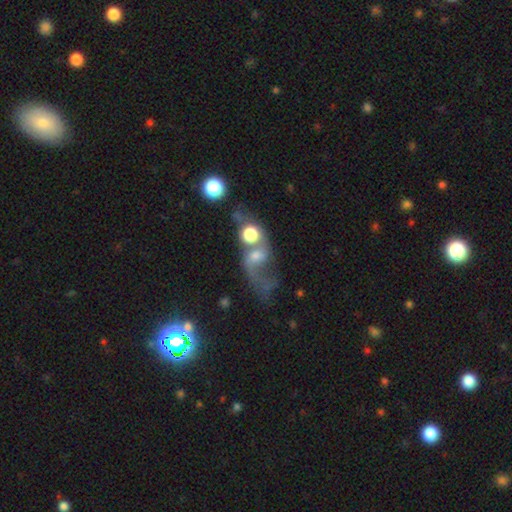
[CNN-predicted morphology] This appears to be a smooth galaxy with no disk features (44%). Merging: merger (57%).